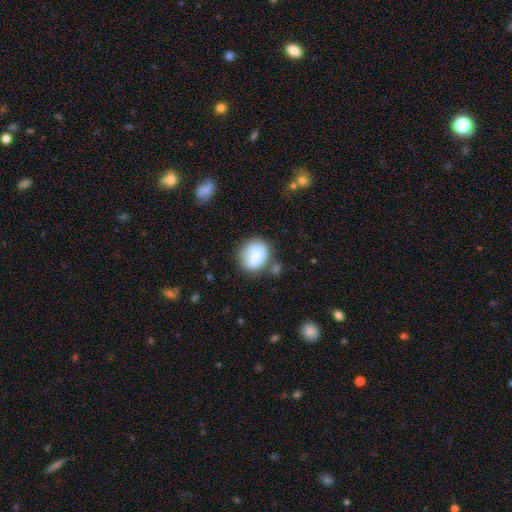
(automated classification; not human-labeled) Q: Smooth or featured?
A: smooth (70%); runner-up: featured or disk (22%)
Q: How rounded?
A: round (59%); runner-up: in between (40%)
Q: Merging?
A: none (56%); runner-up: minor disturbance (23%)